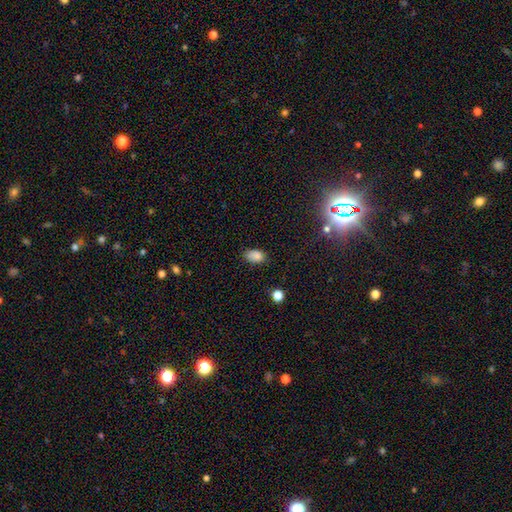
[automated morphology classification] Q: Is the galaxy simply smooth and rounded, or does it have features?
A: smooth — 84%.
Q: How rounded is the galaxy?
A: in between — 87%.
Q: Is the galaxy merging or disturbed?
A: none — 73%.